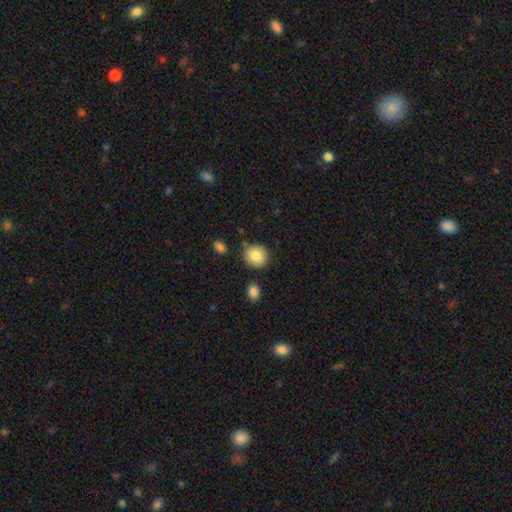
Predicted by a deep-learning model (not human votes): A smooth galaxy with no disk features (82%) that is round (87%). Merging: none (83%).